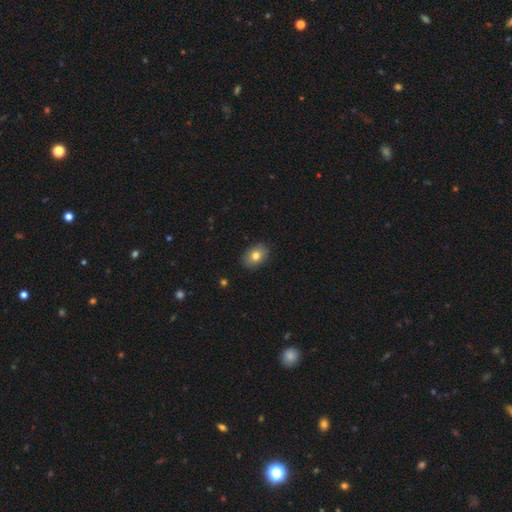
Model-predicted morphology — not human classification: Smooth or featured? Predicted: smooth (p=0.78). How rounded? Predicted: in between (p=0.79). Merging? Predicted: none (p=0.88).